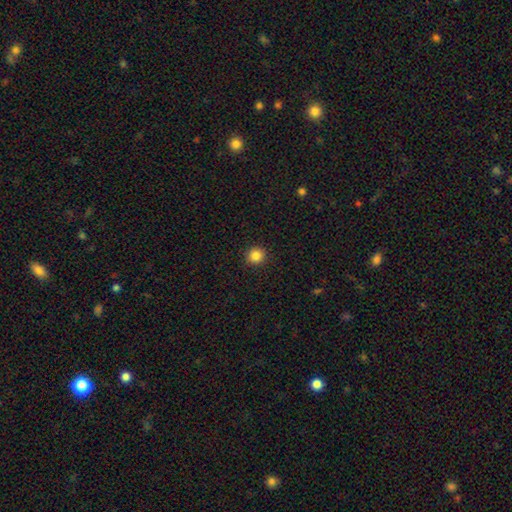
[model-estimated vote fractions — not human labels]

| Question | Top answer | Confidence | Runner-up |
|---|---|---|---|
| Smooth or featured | smooth | 85% | star or artifact (11%) |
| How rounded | round | 93% | in between (6%) |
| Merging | none | 92% | minor disturbance (5%) |